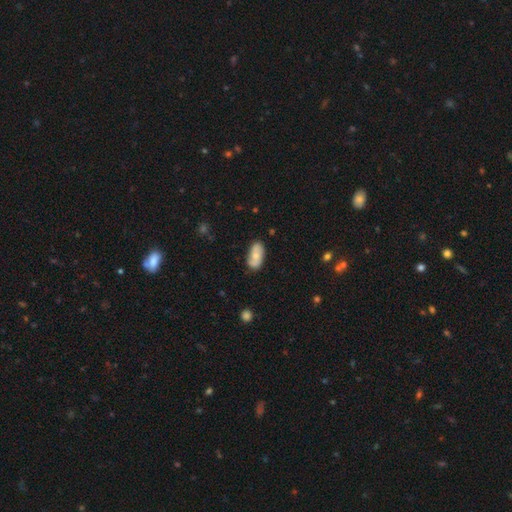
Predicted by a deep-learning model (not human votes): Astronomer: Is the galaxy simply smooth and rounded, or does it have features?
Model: smooth — 63%.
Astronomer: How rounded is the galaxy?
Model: in between — 91%.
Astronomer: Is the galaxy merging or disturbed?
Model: none — 74%.